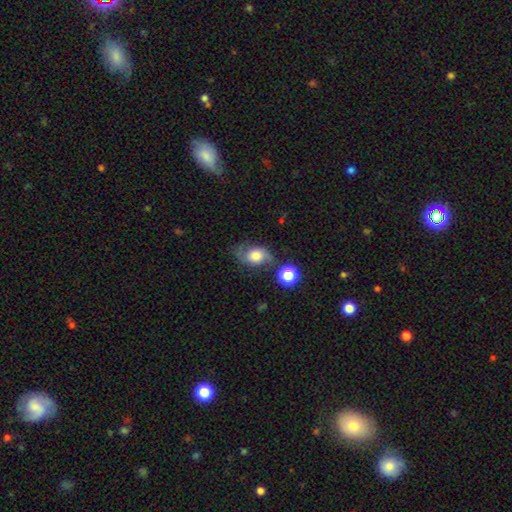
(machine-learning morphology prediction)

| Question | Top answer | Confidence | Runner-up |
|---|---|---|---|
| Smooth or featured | smooth | 47% | featured or disk (42%) |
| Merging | none | 51% | minor disturbance (26%) |